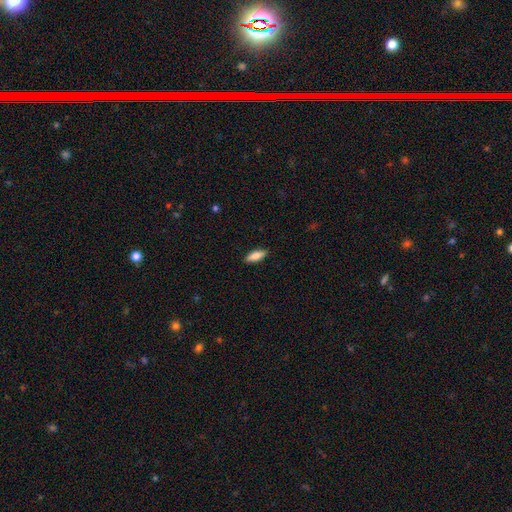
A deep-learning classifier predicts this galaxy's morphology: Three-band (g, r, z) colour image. It shows a smooth galaxy with no disk features (82%) that is in between round and cigar-shaped (67%). Merging: none (89%).